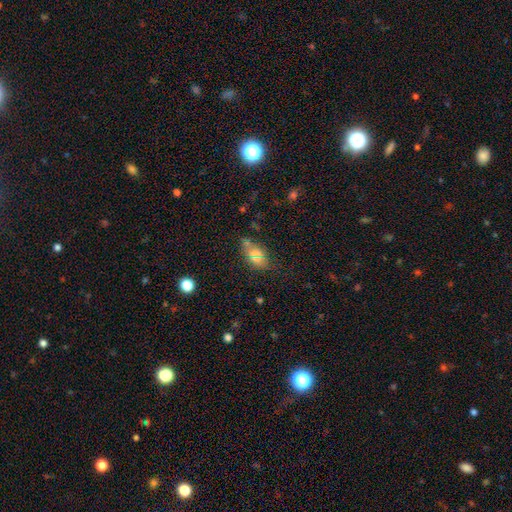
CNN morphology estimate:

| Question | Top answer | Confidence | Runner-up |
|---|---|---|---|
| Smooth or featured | smooth | 63% | featured or disk (19%) |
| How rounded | in between | 83% | round (10%) |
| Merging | none | 64% | minor disturbance (18%) |